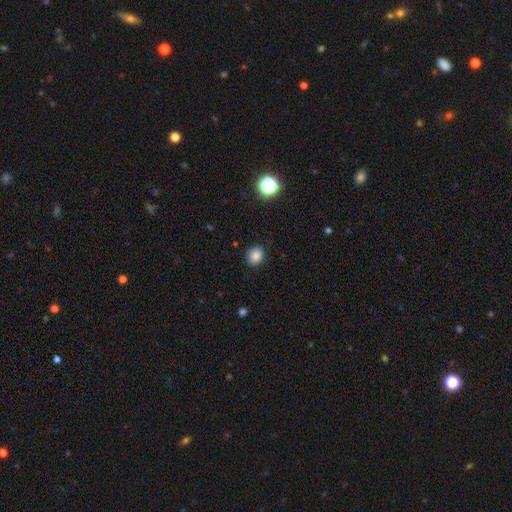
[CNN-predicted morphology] A smooth galaxy with no disk features (84%) that is round (74%). Merging: none (89%).